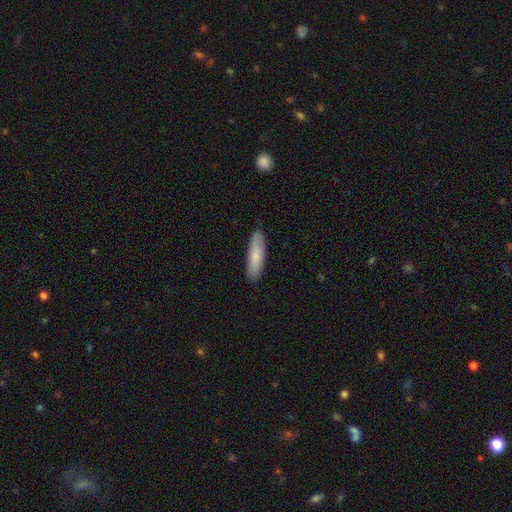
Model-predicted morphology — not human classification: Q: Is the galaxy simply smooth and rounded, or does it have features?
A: smooth — 81%.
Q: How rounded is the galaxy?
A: cigar-shaped — 65%.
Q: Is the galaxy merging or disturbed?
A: none — 88%.